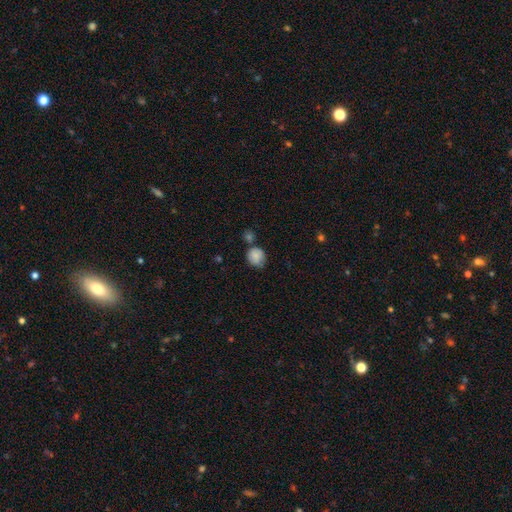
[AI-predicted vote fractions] A smooth galaxy with no disk features (82%) that is round (76%).

Vote fractions:
- Smooth or featured? smooth: 82% / featured or disk: 10% / star or artifact: 9%
- How rounded? round: 76% / in between: 23% / cigar-shaped: 1%
- Merging? none: 58% / minor disturbance: 24% / merger: 12% / major disturbance: 5%